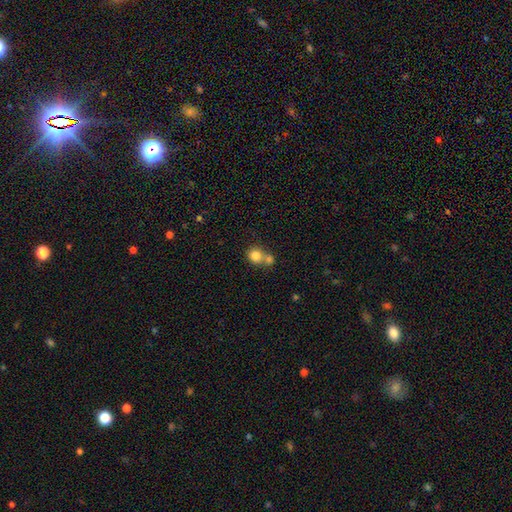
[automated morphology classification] smooth 82%, star or artifact 10%, featured or disk 8%. Down the decision tree: how rounded — round (84%); merging — merger (47%).